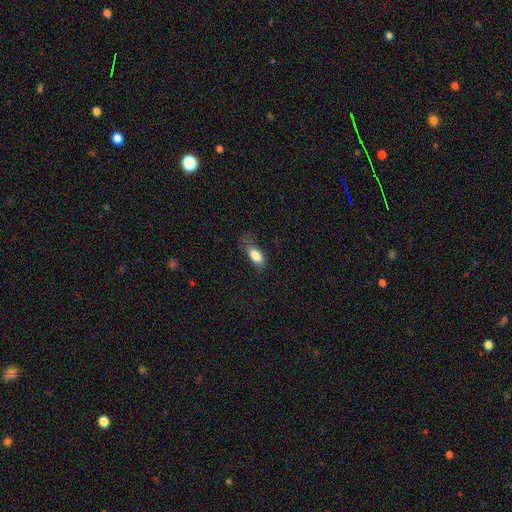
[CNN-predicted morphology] smooth_or_featured: smooth (p=0.81) [alt: featured or disk p=0.11]
how_rounded: in between (p=0.87) [alt: cigar-shaped p=0.08]
merging: none (p=0.47) [alt: minor disturbance p=0.29]